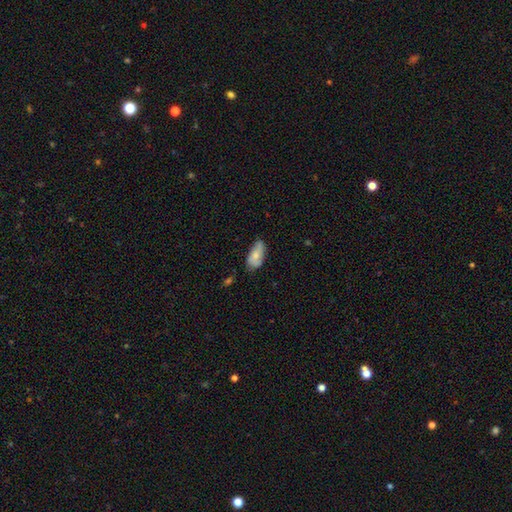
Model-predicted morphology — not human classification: The model was most divided on "merging": none: 54%, minor disturbance: 36%, major disturbance: 8%, merger: 3%. More confident: how rounded — in between (91%); smooth or featured — smooth (68%).